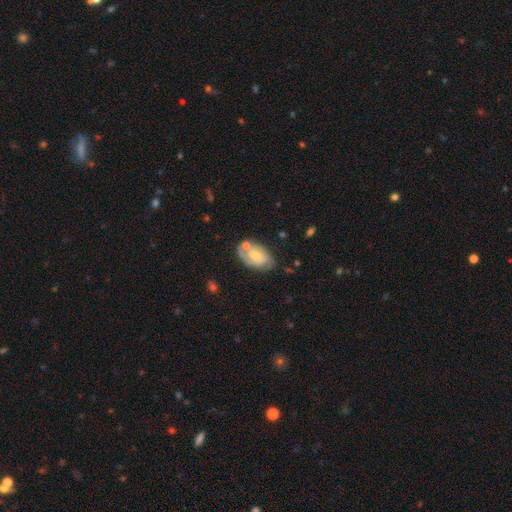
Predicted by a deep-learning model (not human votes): Smooth or featured: featured or disk — 69% (smooth — 25%)
Edge-on disk: no — 96% (yes — 4%)
Bar: weak — 46% (no — 45%)
Spiral arms: yes — 83% (no — 17%)
Spiral winding: tight — 50% (medium — 38%)
Spiral arm count: 2 — 53% (can't tell — 23%)
Bulge size: moderate — 61% (small — 31%)
Merging: none — 54% (minor disturbance — 24%)